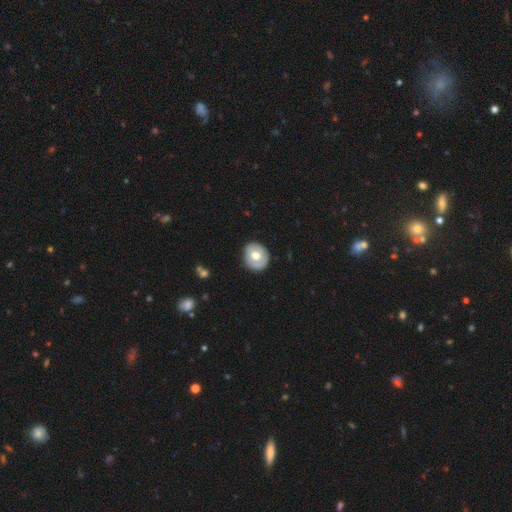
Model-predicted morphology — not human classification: smooth-or-featured: smooth: 57% | featured or disk: 36% | star or artifact: 6%
  how-rounded: round: 76% | in between: 23% | cigar-shaped: 1%
  merging: none: 82% | minor disturbance: 13% | major disturbance: 3% | merger: 1%